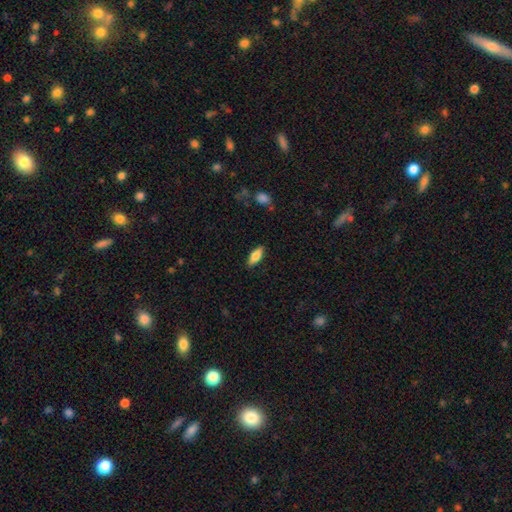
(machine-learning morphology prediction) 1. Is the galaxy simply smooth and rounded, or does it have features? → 74% smooth, 19% featured or disk, 7% star or artifact.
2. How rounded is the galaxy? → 73% in between, 25% cigar-shaped, 2% round.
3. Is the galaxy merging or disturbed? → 87% none, 10% minor disturbance, 2% major disturbance, 1% merger.